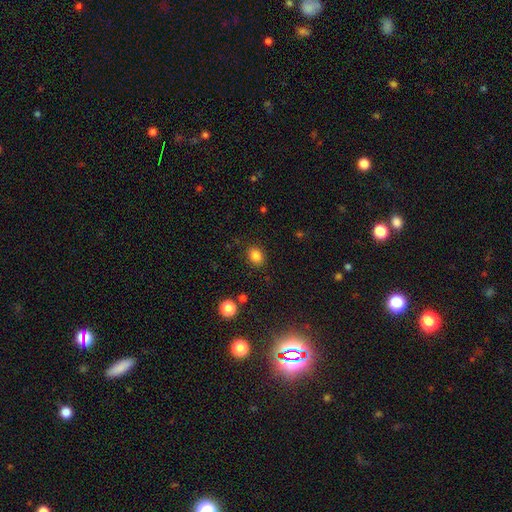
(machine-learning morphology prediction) Overall: smooth (84%). How rounded: in between (55%; round 44%). Merging: none (87%).